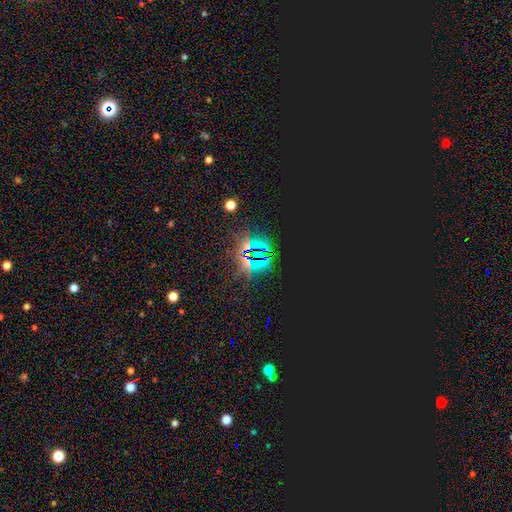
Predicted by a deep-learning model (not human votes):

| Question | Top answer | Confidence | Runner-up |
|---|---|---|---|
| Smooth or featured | star or artifact | 85% | smooth (9%) |